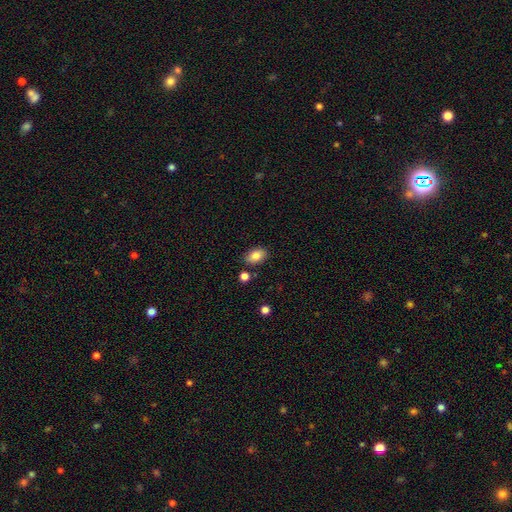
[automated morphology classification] smooth_or_featured: smooth (p=0.82) [alt: featured or disk p=0.09]
how_rounded: in between (p=0.87) [alt: round p=0.11]
merging: none (p=0.83) [alt: minor disturbance p=0.11]